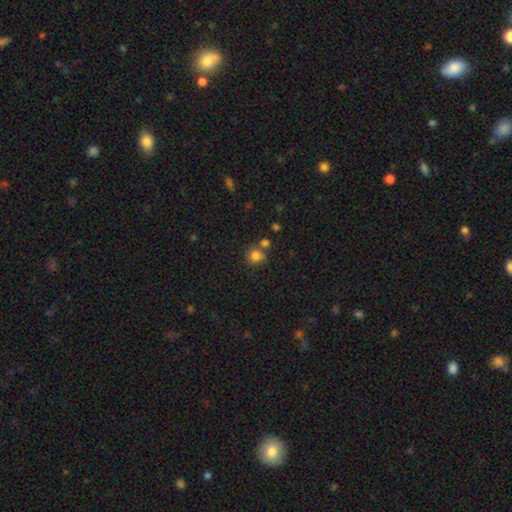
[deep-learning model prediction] Smooth or featured? smooth (81%)
How rounded? round (82%)
Merging? none (61%)